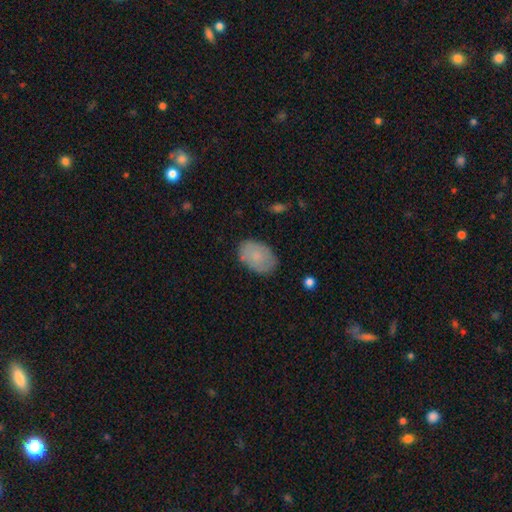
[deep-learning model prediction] Overall: smooth (79%). How rounded: in between (86%). Merging: none (81%).